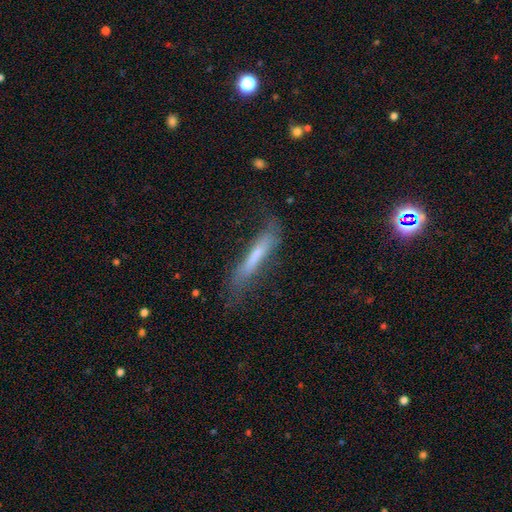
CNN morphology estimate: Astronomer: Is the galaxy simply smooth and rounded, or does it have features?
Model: smooth — 51% (runner-up: featured or disk, 41%).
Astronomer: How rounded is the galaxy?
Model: cigar-shaped — 91%.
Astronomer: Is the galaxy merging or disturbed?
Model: none — 55%.